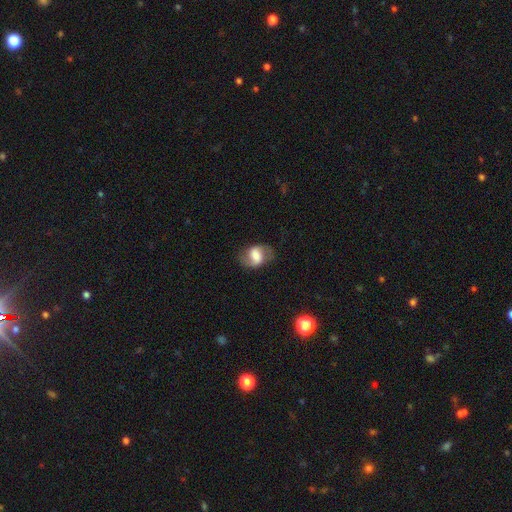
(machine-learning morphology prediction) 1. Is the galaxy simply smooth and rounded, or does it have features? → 49% featured or disk, 42% smooth, 8% star or artifact.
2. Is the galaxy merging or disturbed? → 72% none, 18% minor disturbance, 9% major disturbance, 1% merger.